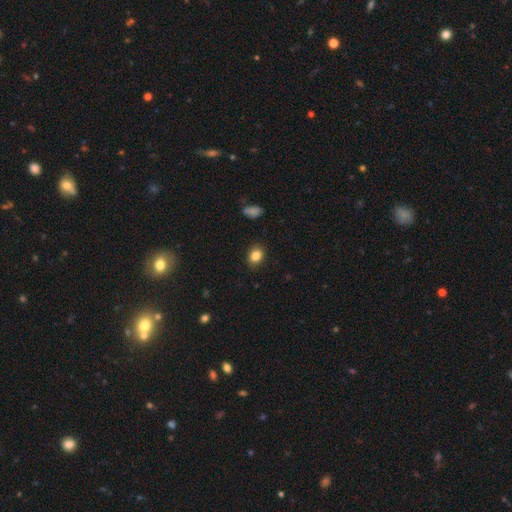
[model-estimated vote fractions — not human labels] smooth_or_featured: smooth (p=0.84) [alt: star or artifact p=0.10]
how_rounded: round (p=0.50) [alt: in between p=0.49]
merging: none (p=0.89) [alt: minor disturbance p=0.08]